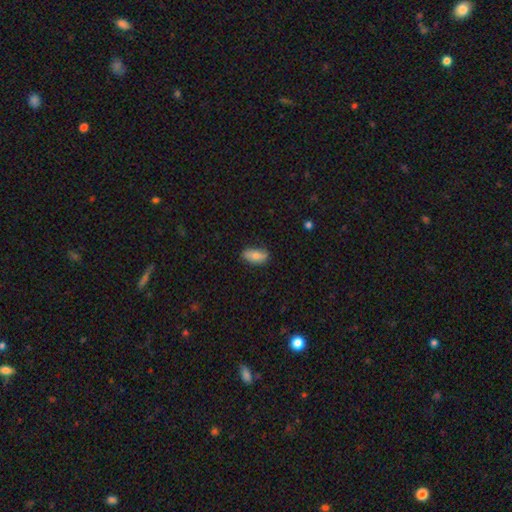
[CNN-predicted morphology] smooth 75%, featured or disk 18%, star or artifact 7%. Down the decision tree: how rounded — in between (88%); merging — none (75%).